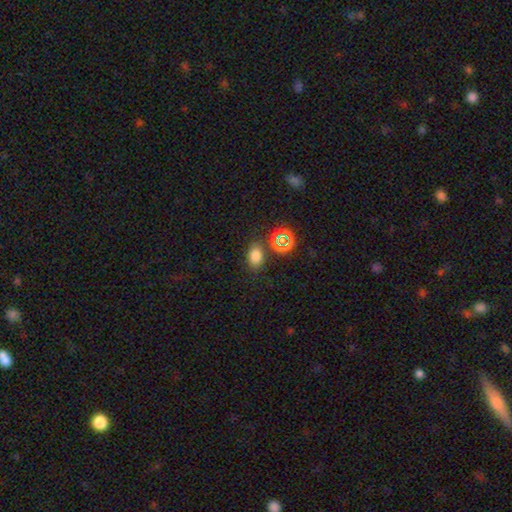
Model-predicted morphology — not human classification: type=smooth (73%); roundness=in between (76%); merging=none (79%).